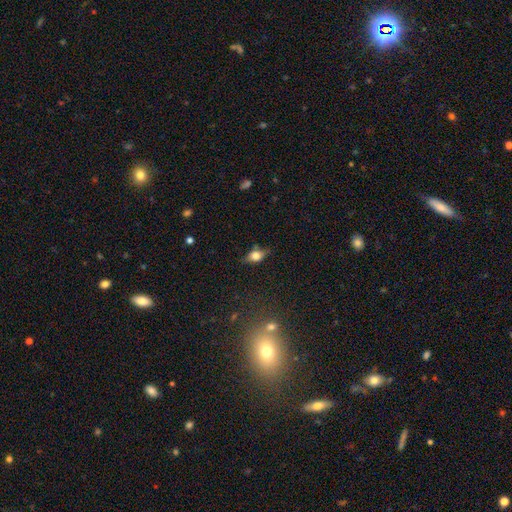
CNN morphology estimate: Smooth or featured: smooth — 60% (featured or disk — 29%)
How rounded: in between — 71% (round — 19%)
Merging: none — 68% (minor disturbance — 23%)